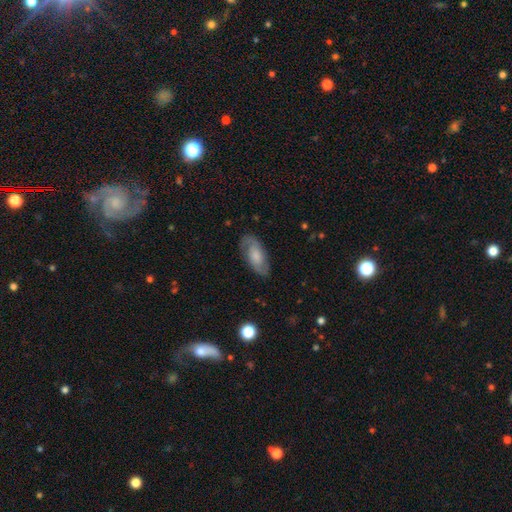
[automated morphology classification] The model was most divided on "bulge size": moderate: 35%, small: 25%, large: 19%, none: 18%, dominant: 3%. Remaining: edge-on disk — no (93%); spiral arms — yes (90%); spiral arm count — 2 (85%); merging — none (80%); smooth or featured — featured or disk (62%); bar — no (60%); spiral winding — medium (47%).